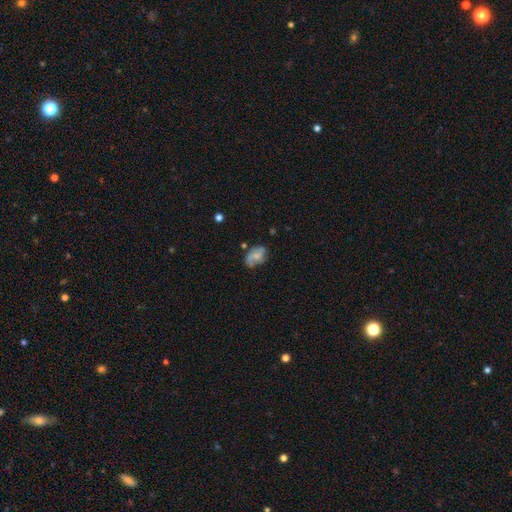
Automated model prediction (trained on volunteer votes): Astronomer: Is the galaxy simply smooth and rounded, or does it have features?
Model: smooth — 47% (runner-up: featured or disk, 43%).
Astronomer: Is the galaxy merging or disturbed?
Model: none — 50% (runner-up: minor disturbance, 30%).